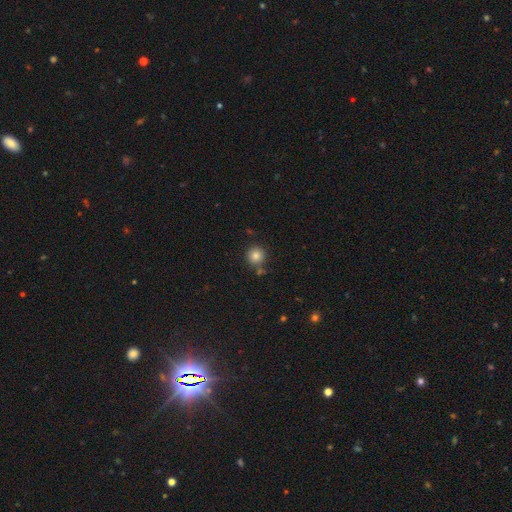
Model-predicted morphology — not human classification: Q: Smooth or featured?
A: smooth (82%); runner-up: star or artifact (11%)
Q: How rounded?
A: round (94%); runner-up: in between (6%)
Q: Merging?
A: none (79%); runner-up: minor disturbance (9%)